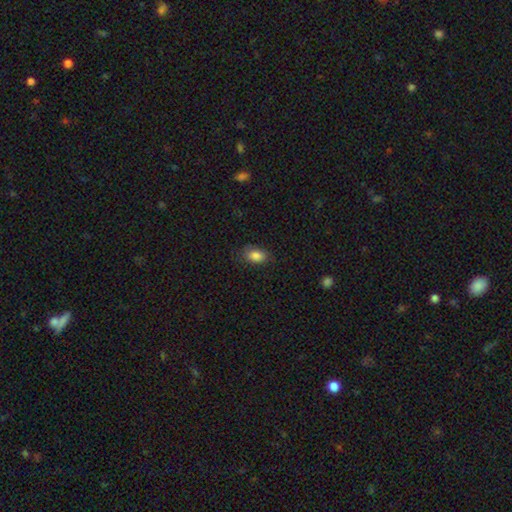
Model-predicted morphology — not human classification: The model was most divided on "merging": none: 77%, minor disturbance: 17%, major disturbance: 4%, merger: 1%. More confident: smooth or featured — smooth (86%); how rounded — in between (86%).